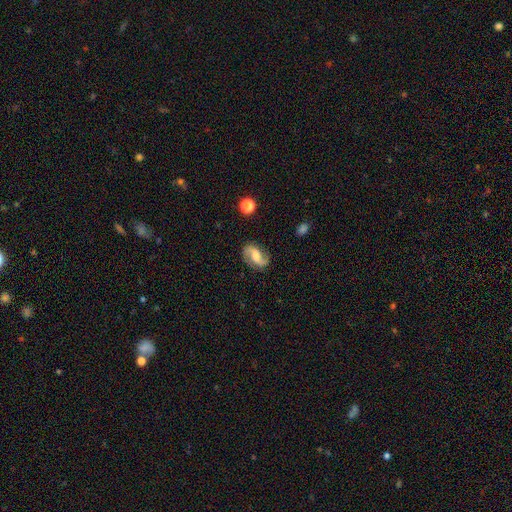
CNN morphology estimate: Overall: featured or disk (81%). Edge-on disk: no (98%). Bar: no (42%, tied with weak). Spiral arms: yes (97%). Spiral arm count: 2 (93%). Spiral winding: loose (50%; medium 39%). Bulge size: moderate (41%; small 21%). Merging: none (82%).